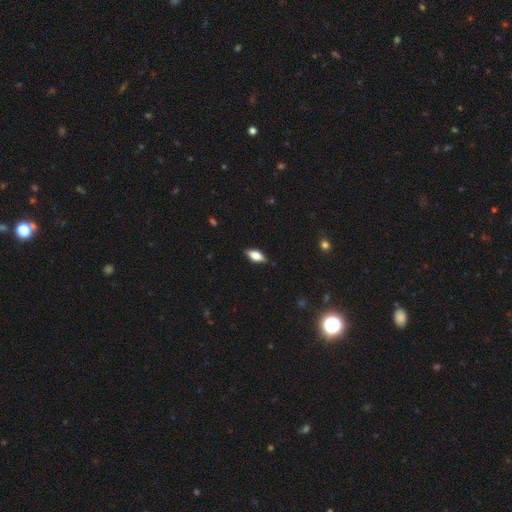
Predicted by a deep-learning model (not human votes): Smooth or featured?
  - smooth: 69% *
  - featured or disk: 23%
  - star or artifact: 7%
How rounded?
  - in between: 84% *
  - cigar-shaped: 12%
  - round: 3%
Merging?
  - none: 85% *
  - minor disturbance: 11%
  - major disturbance: 2%
  - merger: 1%